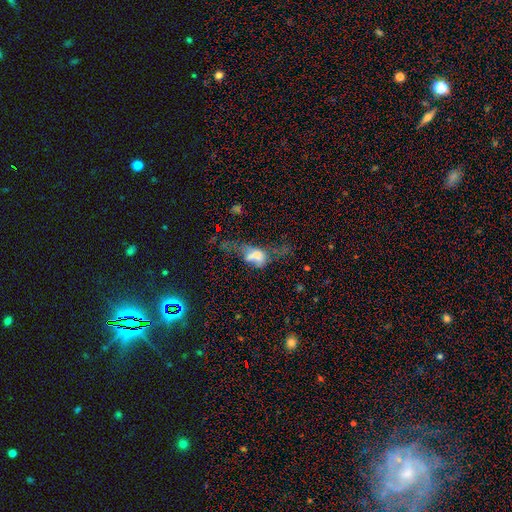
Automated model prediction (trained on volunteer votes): Q: Smooth or featured?
A: smooth (48%); runner-up: featured or disk (38%)
Q: Merging?
A: major disturbance (46%); runner-up: none (19%)